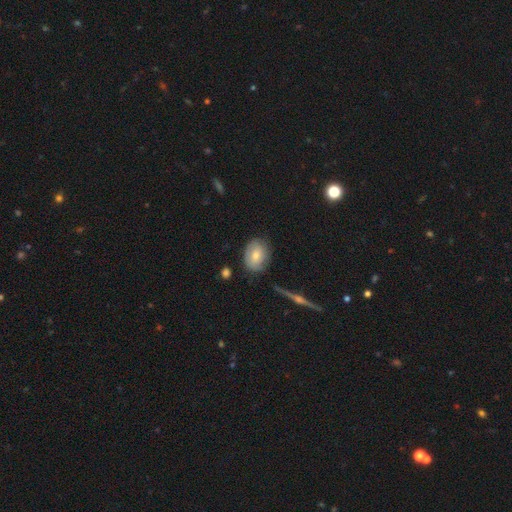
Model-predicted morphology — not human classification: smooth 68%, featured or disk 25%, star or artifact 7%. Down the decision tree: how rounded — in between (70%); merging — none (76%).